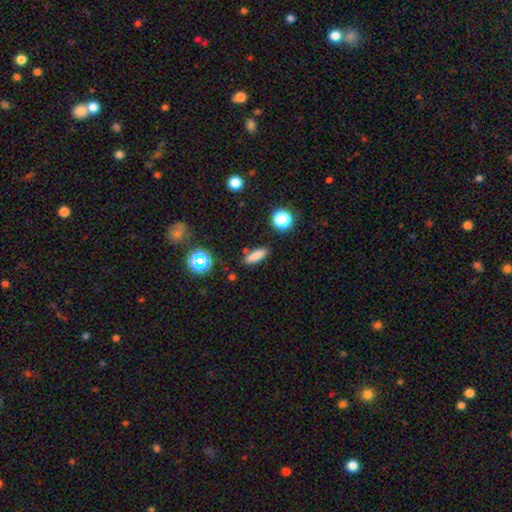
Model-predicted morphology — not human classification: This is clearly a smooth galaxy (80%). How rounded: possibly cigar-shaped (52%). Merging: clearly none (86%).